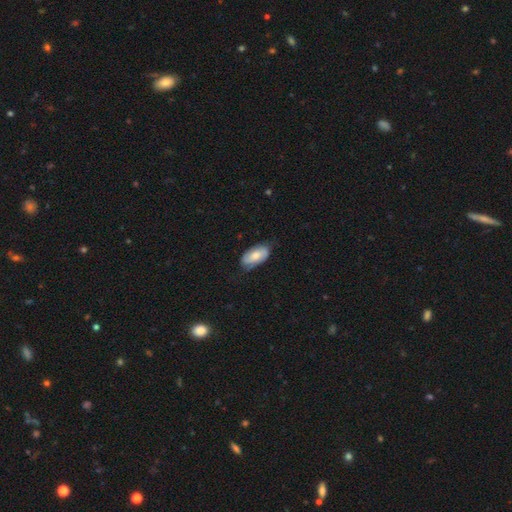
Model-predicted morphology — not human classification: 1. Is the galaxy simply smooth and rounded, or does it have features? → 59% smooth, 35% featured or disk, 6% star or artifact.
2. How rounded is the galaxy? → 93% in between, 4% cigar-shaped, 3% round.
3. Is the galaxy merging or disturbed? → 68% none, 25% minor disturbance, 6% major disturbance, 1% merger.